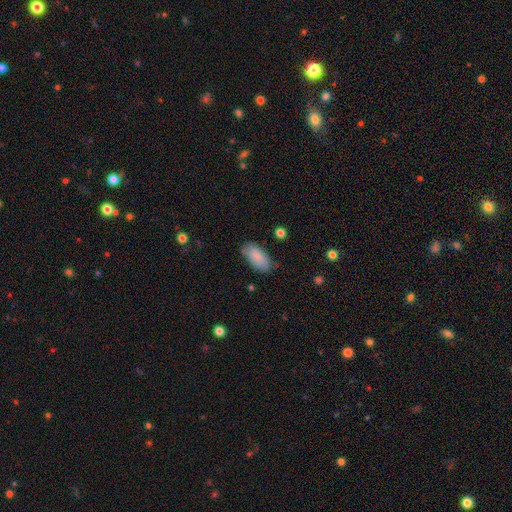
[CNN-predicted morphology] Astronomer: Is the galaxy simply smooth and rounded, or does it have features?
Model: smooth — 85%.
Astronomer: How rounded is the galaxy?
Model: in between — 92%.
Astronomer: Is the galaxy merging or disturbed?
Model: none — 74%.